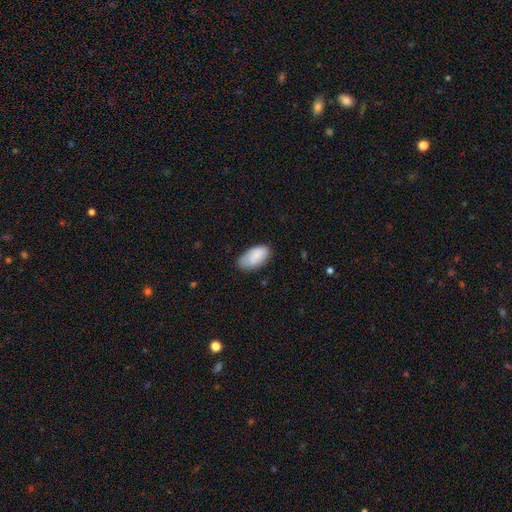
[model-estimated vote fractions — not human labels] Overall: smooth (85%). How rounded: in between (95%). Merging: none (65%; minor disturbance 27%).